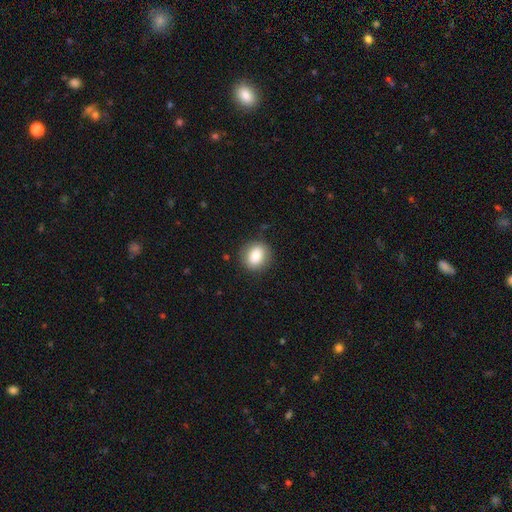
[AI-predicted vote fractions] Morphology: type=smooth (83%); roundness=round (68%); merging=none (86%).